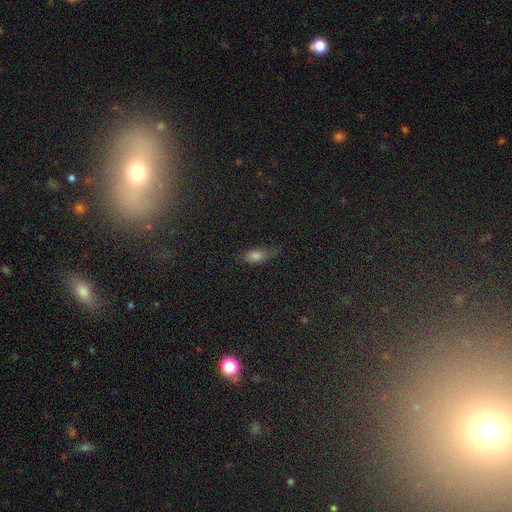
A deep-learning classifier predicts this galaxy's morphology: Overall: smooth (72%). How rounded: in between (80%). Merging: none (60%; minor disturbance 29%).